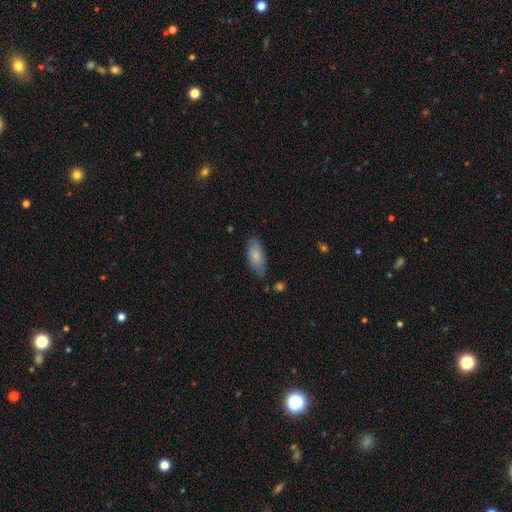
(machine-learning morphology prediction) smooth 81%, featured or disk 13%, star or artifact 6%. Down the decision tree: how rounded — in between (82%); merging — none (78%).